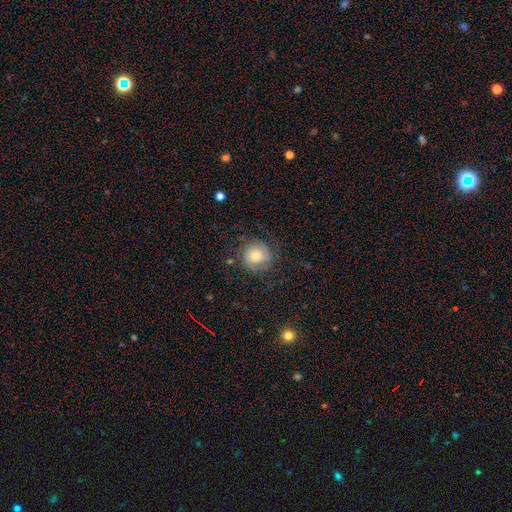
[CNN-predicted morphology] type=featured or disk (45%); merging=none (73%).